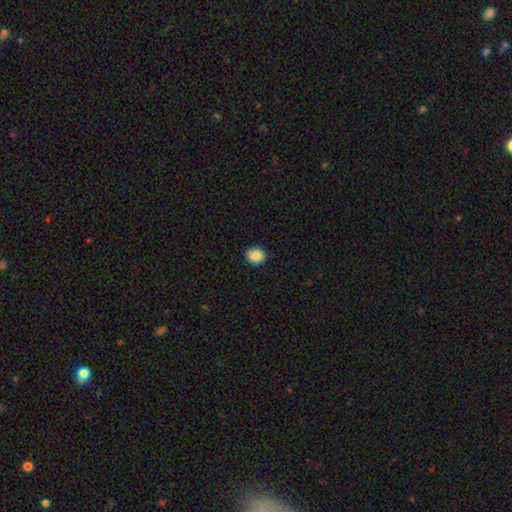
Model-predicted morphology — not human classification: smooth_or_featured: smooth (p=0.88) [alt: star or artifact p=0.08]
how_rounded: in between (p=0.52) [alt: round p=0.47]
merging: none (p=0.88) [alt: minor disturbance p=0.09]